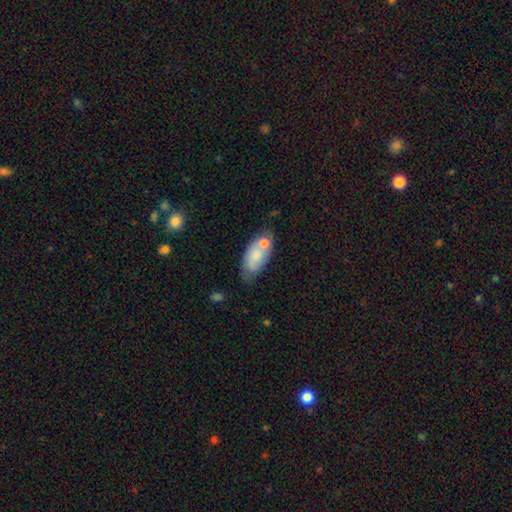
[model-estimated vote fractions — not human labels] smooth-or-featured: smooth: 65% | featured or disk: 28% | star or artifact: 7%
  how-rounded: in between: 90% | cigar-shaped: 7% | round: 4%
  merging: none: 48% | minor disturbance: 24% | merger: 20% | major disturbance: 8%